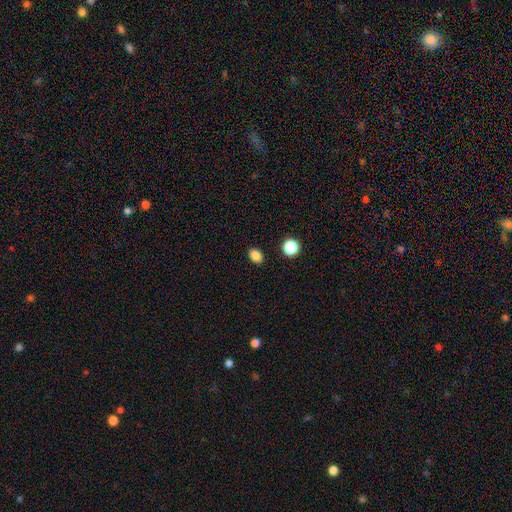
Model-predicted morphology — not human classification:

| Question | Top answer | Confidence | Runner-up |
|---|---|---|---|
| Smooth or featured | smooth | 85% | star or artifact (11%) |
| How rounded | in between | 68% | round (31%) |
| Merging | none | 88% | minor disturbance (7%) |